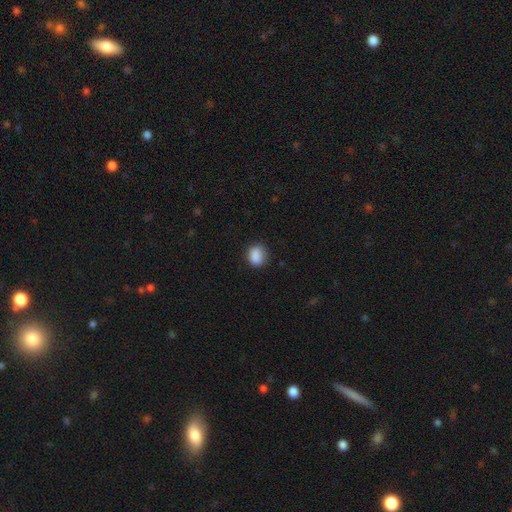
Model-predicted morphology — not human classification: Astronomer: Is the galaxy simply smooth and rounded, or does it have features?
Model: smooth — 87%.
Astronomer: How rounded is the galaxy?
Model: in between — 50% (runner-up: round, 48%).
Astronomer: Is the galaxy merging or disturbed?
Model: none — 79%.